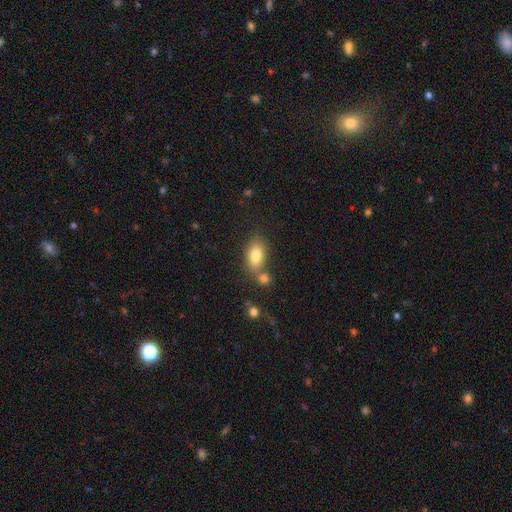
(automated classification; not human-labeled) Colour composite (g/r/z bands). It shows a smooth galaxy with no disk features (80%) that is in between round and cigar-shaped (87%). Merging: none (58%).